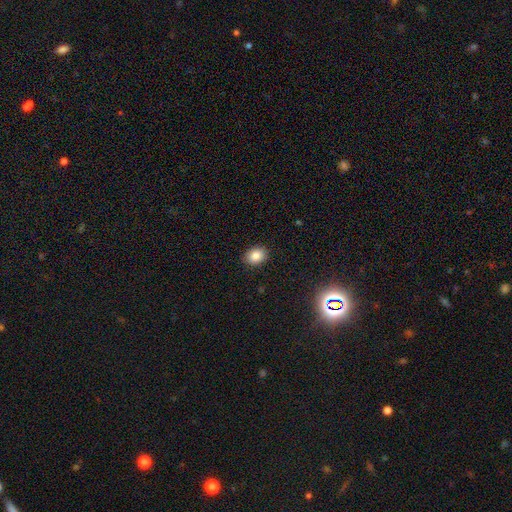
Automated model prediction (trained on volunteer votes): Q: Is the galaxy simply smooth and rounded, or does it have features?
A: smooth — 85%.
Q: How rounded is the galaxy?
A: in between — 54%.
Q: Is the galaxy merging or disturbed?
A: none — 89%.